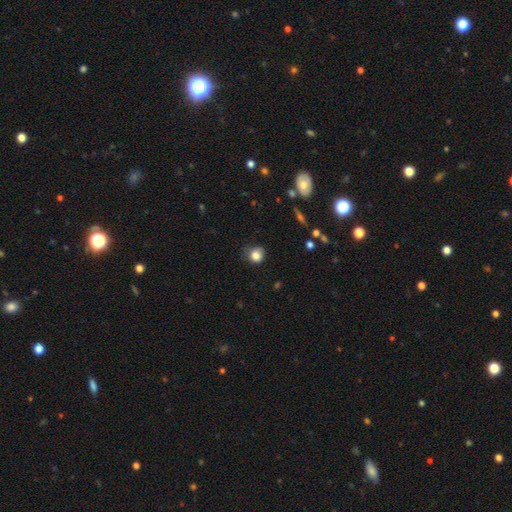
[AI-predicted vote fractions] Overall: smooth (82%). How rounded: round (83%). Merging: none (66%; minor disturbance 26%).